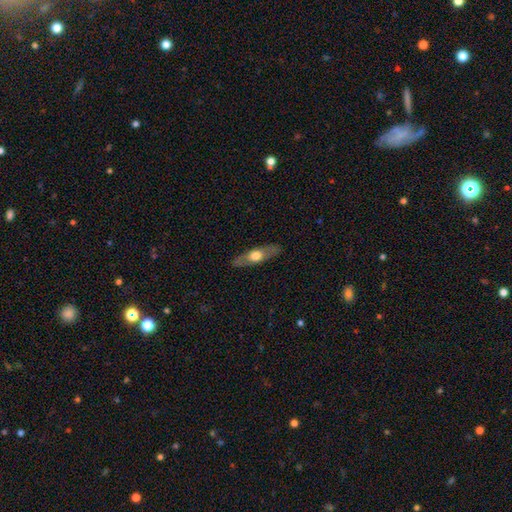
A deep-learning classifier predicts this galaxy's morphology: This is possibly a featured or disk galaxy (49%). Merging: clearly none (86%).